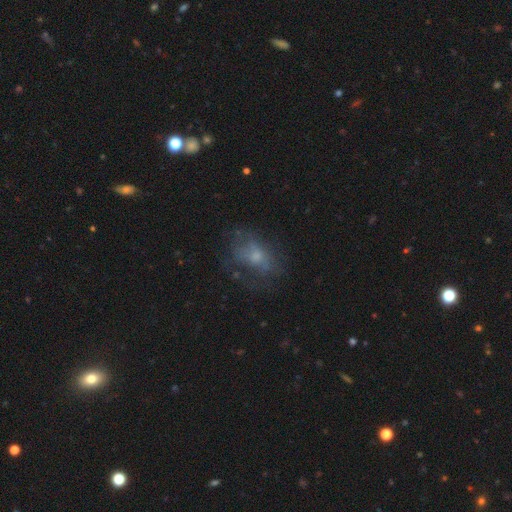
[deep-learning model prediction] smooth-or-featured: smooth: 45% | featured or disk: 39% | star or artifact: 16%
  merging: none: 52% | major disturbance: 23% | minor disturbance: 22% | merger: 2%